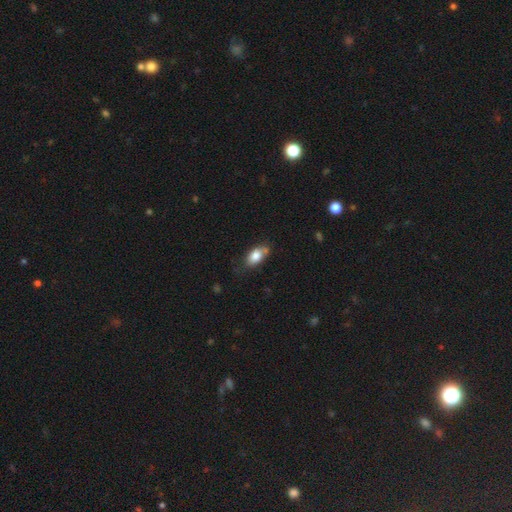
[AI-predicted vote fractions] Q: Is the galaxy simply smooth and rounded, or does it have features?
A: smooth — 81%.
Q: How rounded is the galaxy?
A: in between — 89%.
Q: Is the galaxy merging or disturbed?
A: none — 64%.